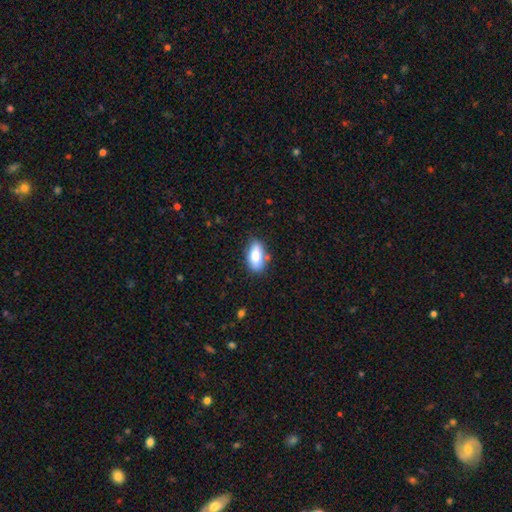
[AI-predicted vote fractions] Smooth or featured? smooth (80%)
How rounded? in between (89%)
Merging? none (75%)